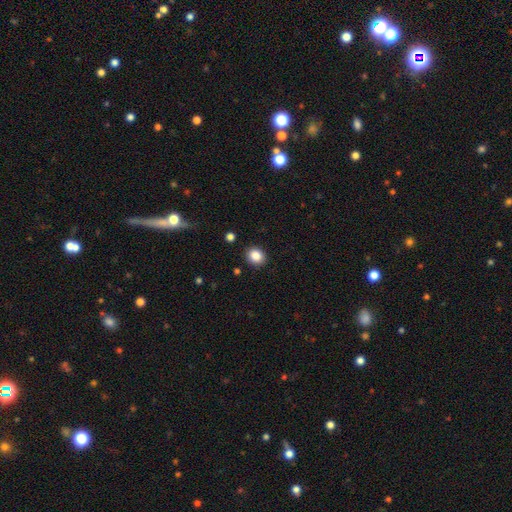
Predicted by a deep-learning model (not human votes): Q: Smooth or featured?
A: smooth (85%); runner-up: star or artifact (10%)
Q: How rounded?
A: round (68%); runner-up: in between (32%)
Q: Merging?
A: none (90%); runner-up: minor disturbance (7%)